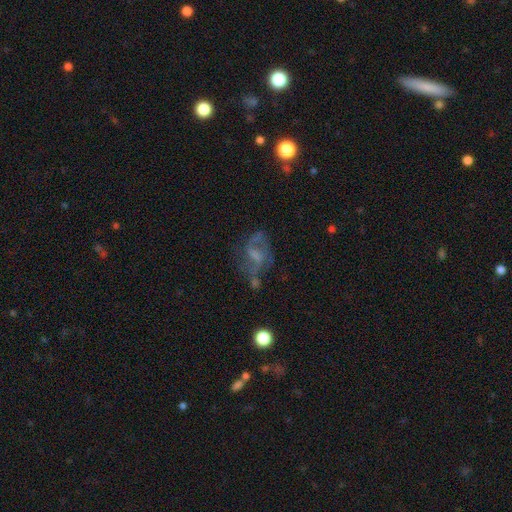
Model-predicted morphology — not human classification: Smooth or featured: featured or disk — 63% (smooth — 24%)
Edge-on disk: no — 96% (yes — 4%)
Bar: weak — 48% (no — 35%)
Spiral arms: yes — 71% (no — 29%)
Bulge size: none — 41% (small — 28%)
Merging: none — 43% (major disturbance — 27%)